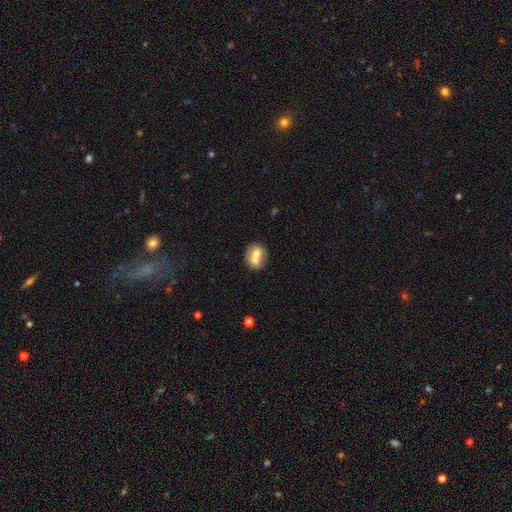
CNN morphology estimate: smooth_or_featured: smooth (p=0.64) [alt: featured or disk p=0.28]
how_rounded: round (p=0.61) [alt: in between p=0.38]
merging: merger (p=0.51) [alt: none p=0.37]